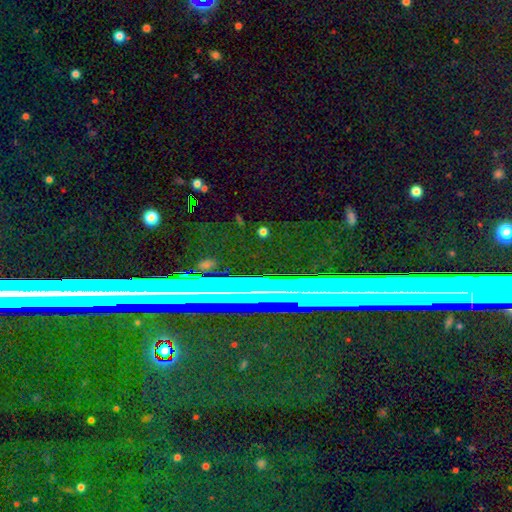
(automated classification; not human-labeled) Smooth or featured: star or artifact — 67% (featured or disk — 21%)